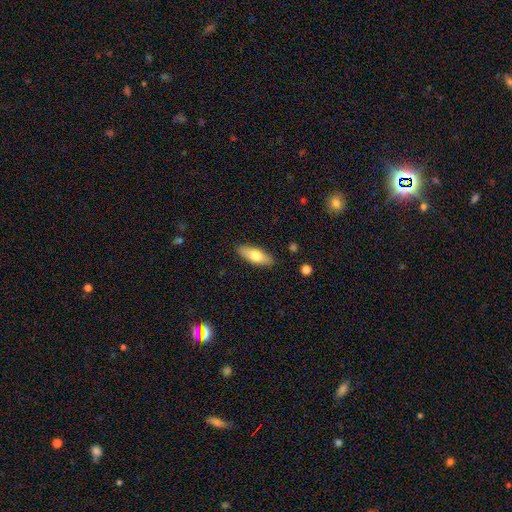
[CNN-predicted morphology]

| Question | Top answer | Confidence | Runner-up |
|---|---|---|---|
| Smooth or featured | smooth | 69% | featured or disk (25%) |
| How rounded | in between | 67% | cigar-shaped (30%) |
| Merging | none | 88% | minor disturbance (9%) |